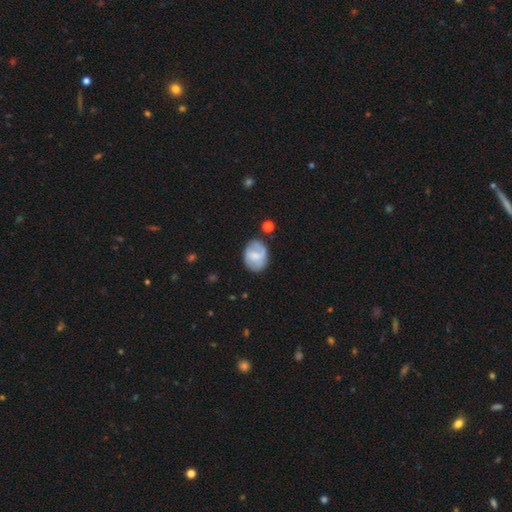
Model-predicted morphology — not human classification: Smooth or featured? Predicted: smooth (p=0.51). How rounded? Predicted: in between (p=0.61). Merging? Predicted: none (p=0.65).